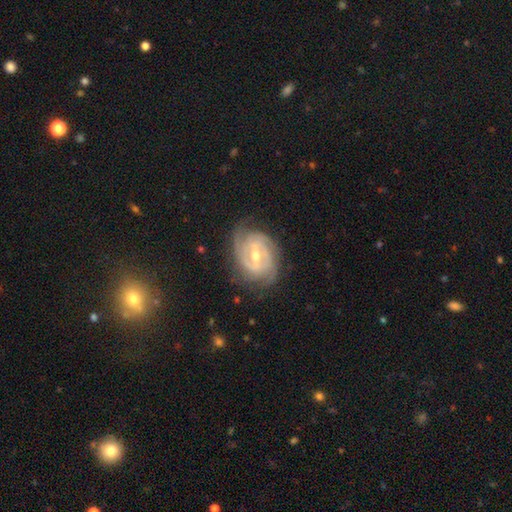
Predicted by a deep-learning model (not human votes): This is clearly a featured or disk galaxy (89%). It is clearly not viewed edge-on (97%). Bar: possibly weak (49%). Spiral arm pattern: clearly yes (97%). Spiral arm count: marginally 2 (39%). Spiral winding: likely tight (68%). Central bulge: likely moderate (60%). Merging: likely none (76%).